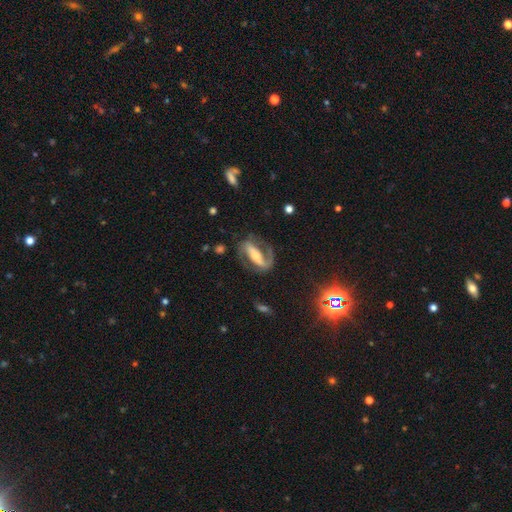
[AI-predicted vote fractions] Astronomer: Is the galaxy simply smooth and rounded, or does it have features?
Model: featured or disk — 83%.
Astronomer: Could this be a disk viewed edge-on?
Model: no — 89%.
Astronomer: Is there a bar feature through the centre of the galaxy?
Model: strong — 67%.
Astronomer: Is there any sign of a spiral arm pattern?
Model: yes — 90%.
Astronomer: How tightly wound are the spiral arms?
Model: medium — 47% (runner-up: loose, 27%).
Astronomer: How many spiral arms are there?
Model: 2 — 78%.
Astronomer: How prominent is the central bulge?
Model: moderate — 54% (runner-up: small, 34%).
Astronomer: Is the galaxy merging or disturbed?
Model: none — 69%.